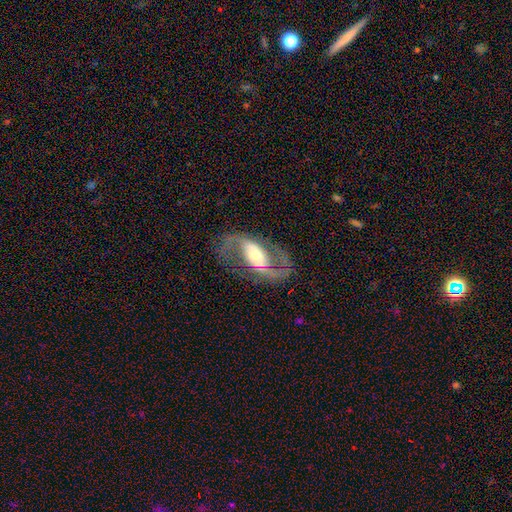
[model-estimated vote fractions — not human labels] Smooth or featured?
  - featured or disk: 88% *
  - smooth: 7%
  - star or artifact: 5%
Edge-on disk?
  - no: 95% *
  - yes: 5%
Bar?
  - no: 35% *
  - weak: 34%
  - strong: 31%
Spiral arms?
  - yes: 94% *
  - no: 6%
Spiral winding?
  - medium: 48% *
  - loose: 40%
  - tight: 12%
Spiral arm count?
  - 2: 93% *
  - can't tell: 2%
  - 1: 2%
  - 3: 1%
  - 4: 1%
  - more than 4: 1%
Bulge size?
  - moderate: 56% *
  - small: 30%
  - large: 11%
  - dominant: 2%
  - none: 1%
Merging?
  - none: 76% *
  - minor disturbance: 12%
  - major disturbance: 10%
  - merger: 2%